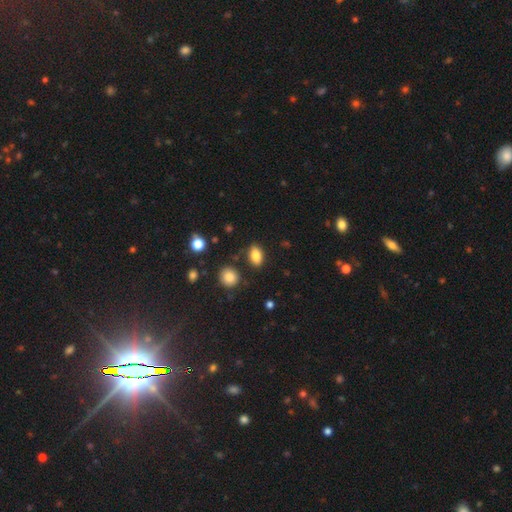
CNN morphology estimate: Smooth or featured? Predicted: smooth (p=0.84). How rounded? Predicted: in between (p=0.86). Merging? Predicted: none (p=0.81).